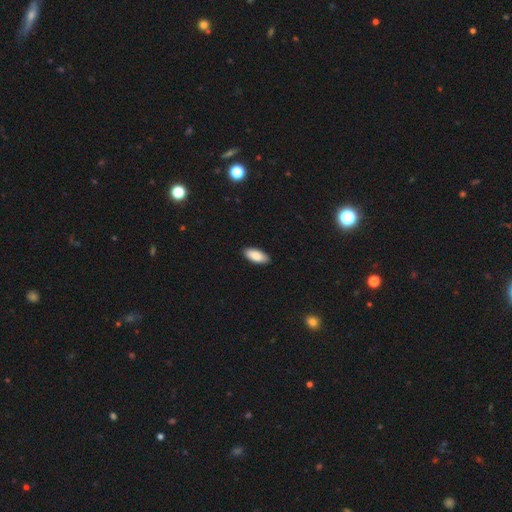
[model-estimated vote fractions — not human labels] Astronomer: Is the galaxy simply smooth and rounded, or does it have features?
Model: smooth — 88%.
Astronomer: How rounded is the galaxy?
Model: in between — 89%.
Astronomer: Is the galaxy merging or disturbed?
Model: none — 90%.